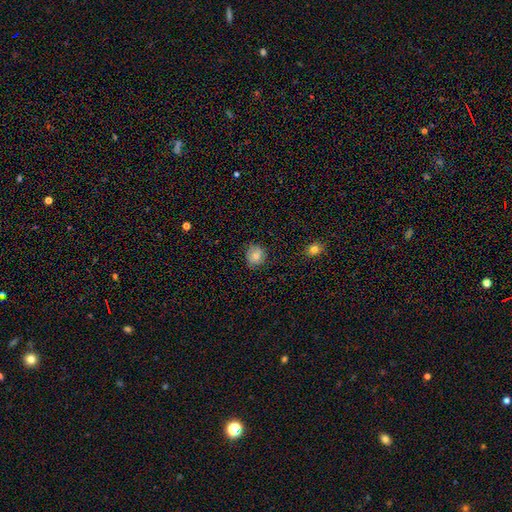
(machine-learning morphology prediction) A smooth galaxy with no disk features (70%) that is round (85%). Merging: none (80%).